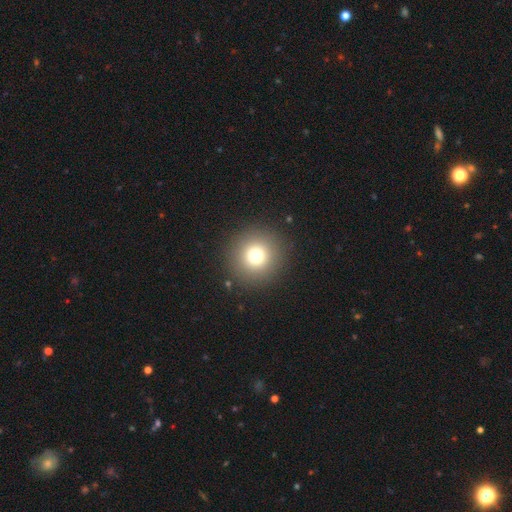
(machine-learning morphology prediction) This appears to be a smooth galaxy with no disk features (75%) that is round (95%). Merging: none (91%).